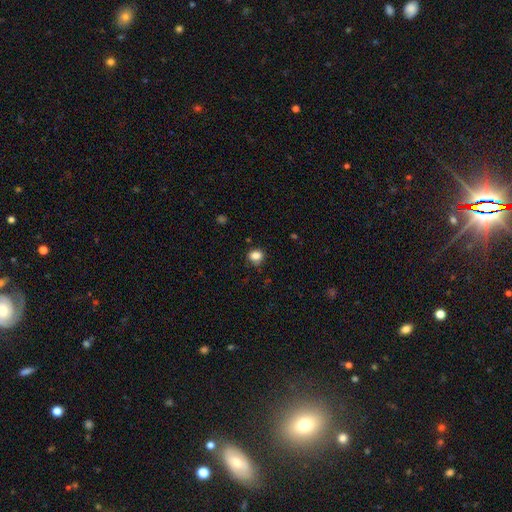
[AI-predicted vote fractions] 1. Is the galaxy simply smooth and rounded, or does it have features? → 85% smooth, 11% star or artifact, 5% featured or disk.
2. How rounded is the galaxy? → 60% round, 39% in between, 1% cigar-shaped.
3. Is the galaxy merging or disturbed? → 76% none, 18% minor disturbance, 4% major disturbance, 2% merger.